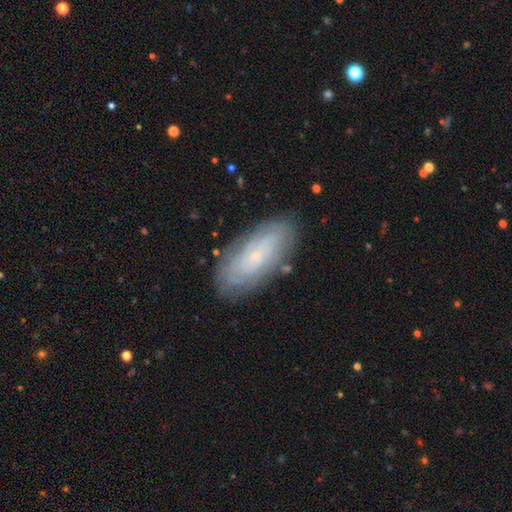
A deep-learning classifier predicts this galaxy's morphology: A featured or disk galaxy (58%) with no bar (78%), spiral arms (74%) and a small central bulge (84%). Merging: none (80%).